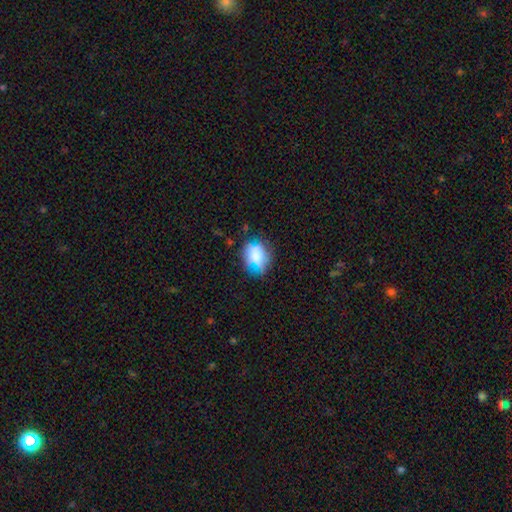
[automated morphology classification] smooth-or-featured: smooth: 67% | featured or disk: 17% | star or artifact: 16%
  how-rounded: round: 57% | in between: 40% | cigar-shaped: 3%
  merging: none: 69% | minor disturbance: 20% | major disturbance: 7% | merger: 4%